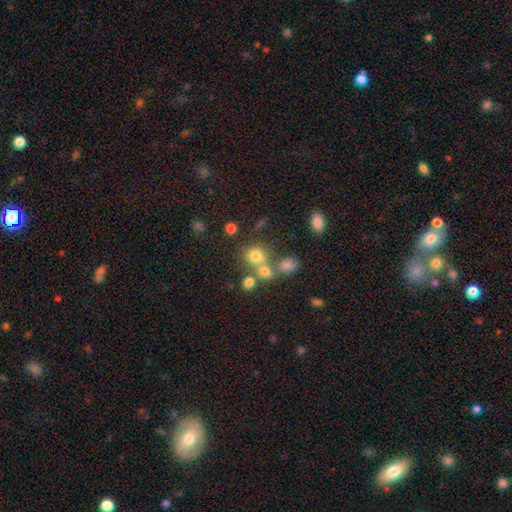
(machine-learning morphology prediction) smooth-or-featured: smooth: 71% | star or artifact: 17% | featured or disk: 13%
  how-rounded: round: 77% | in between: 22% | cigar-shaped: 1%
  merging: none: 48% | merger: 36% | minor disturbance: 10% | major disturbance: 6%